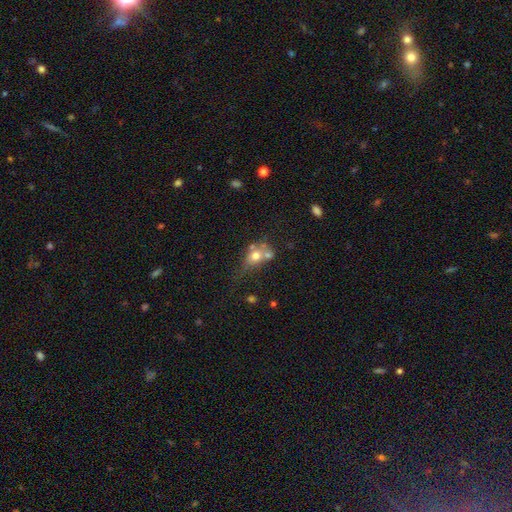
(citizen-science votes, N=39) smooth-or-featured: smooth: 67% | featured or disk: 26% | star or artifact: 8%
  how-rounded: round: 62% | in between: 38% | cigar-shaped: 0%
  merging: merger: 39% | major disturbance: 31% | none: 19% | minor disturbance: 11%